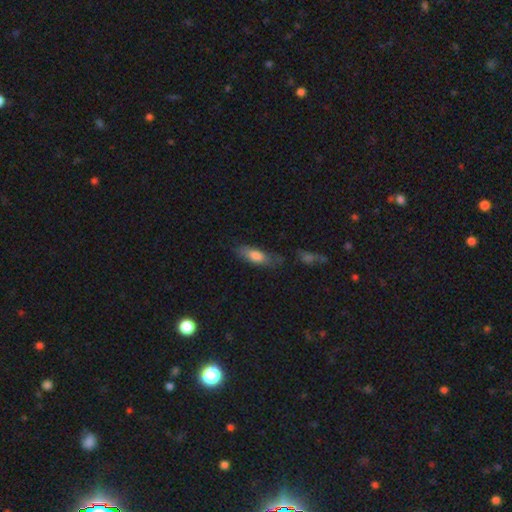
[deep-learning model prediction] smooth_or_featured: smooth (p=0.74) [alt: featured or disk p=0.19]
how_rounded: in between (p=0.64) [alt: cigar-shaped p=0.33]
merging: none (p=0.63) [alt: minor disturbance p=0.25]